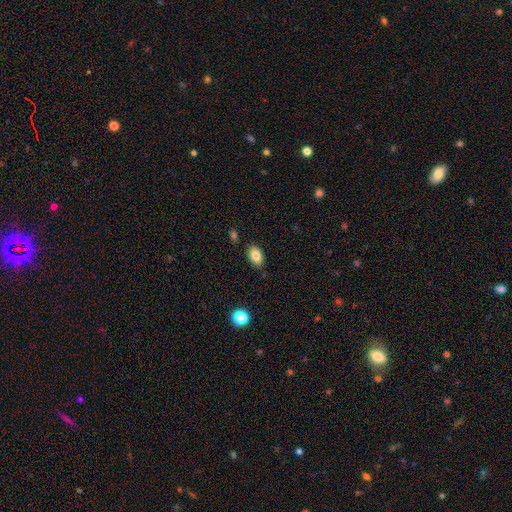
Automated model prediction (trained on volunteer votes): Overall: smooth (85%). How rounded: in between (90%). Merging: none (82%).